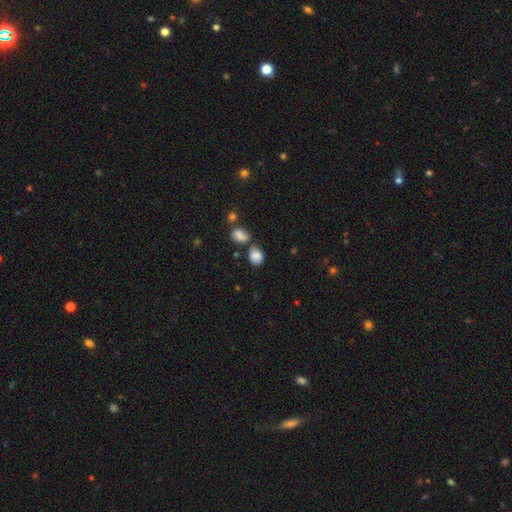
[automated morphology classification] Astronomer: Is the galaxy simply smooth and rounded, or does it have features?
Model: smooth — 83%.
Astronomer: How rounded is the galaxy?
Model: in between — 60% (runner-up: round, 39%).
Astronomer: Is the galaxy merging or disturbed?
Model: none — 54%.